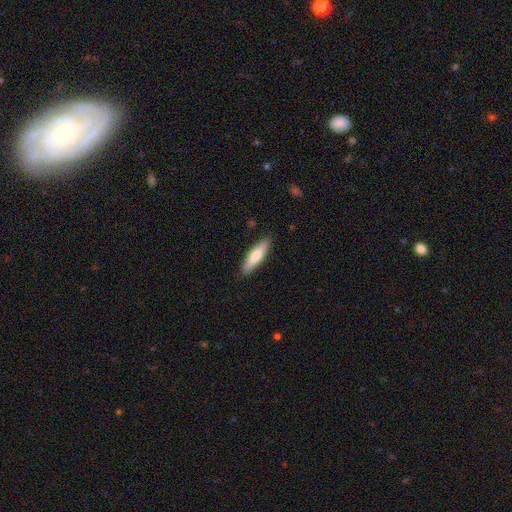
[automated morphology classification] smooth_or_featured: smooth (p=0.74) [alt: featured or disk p=0.21]
how_rounded: cigar-shaped (p=0.67) [alt: in between p=0.31]
merging: none (p=0.88) [alt: minor disturbance p=0.09]